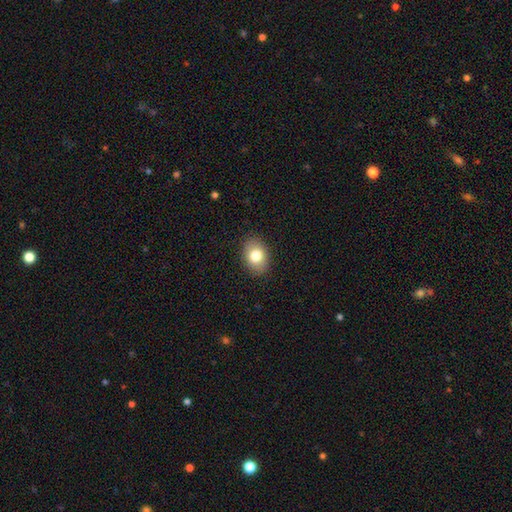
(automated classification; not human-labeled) Smooth or featured? smooth (80%)
How rounded? in between (71%)
Merging? none (88%)